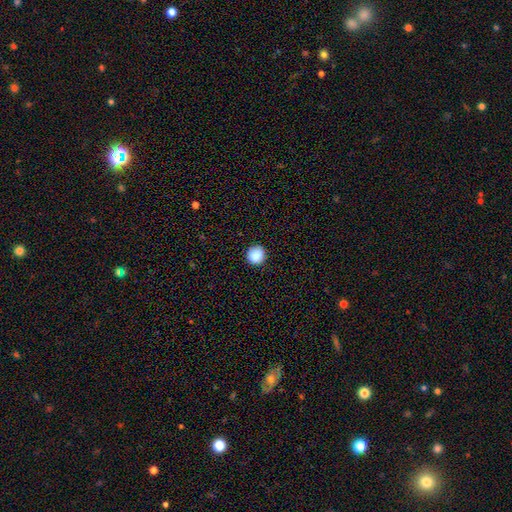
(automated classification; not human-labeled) smooth-or-featured: smooth: 88% | star or artifact: 9% | featured or disk: 3%
  how-rounded: round: 93% | in between: 6% | cigar-shaped: 1%
  merging: none: 90% | minor disturbance: 8% | major disturbance: 2% | merger: 1%